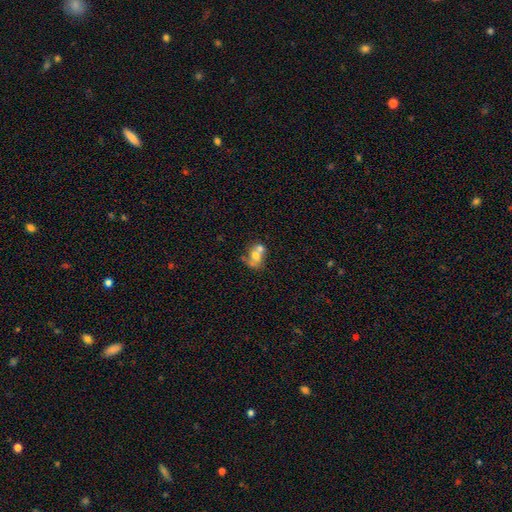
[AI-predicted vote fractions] This is possibly a smooth galaxy (55%). How rounded: possibly in between (52%). Merging: likely merger (63%).